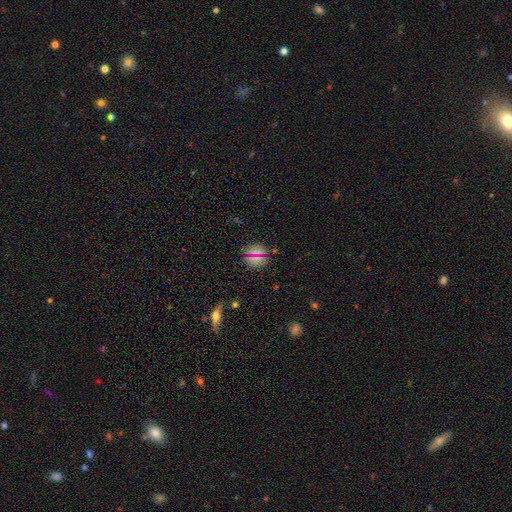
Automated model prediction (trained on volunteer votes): Overall: smooth (70%). How rounded: round (83%). Merging: none (85%).